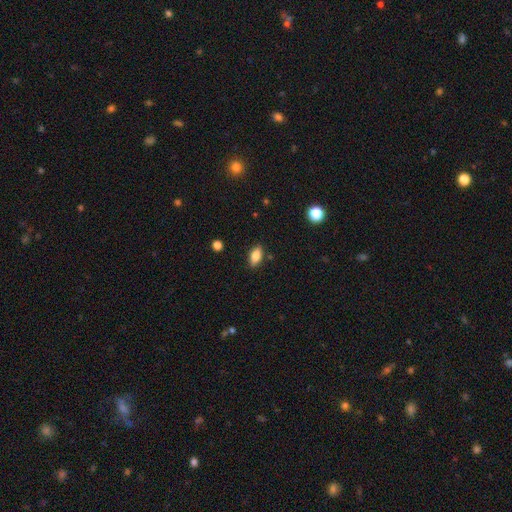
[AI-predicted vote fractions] Smooth or featured: smooth — 81% (featured or disk — 11%)
How rounded: in between — 88% (cigar-shaped — 7%)
Merging: none — 86% (minor disturbance — 10%)